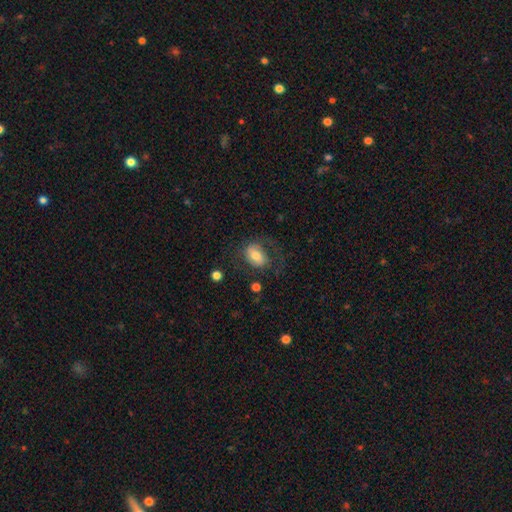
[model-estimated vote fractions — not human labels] smooth-or-featured: smooth: 60% | featured or disk: 32% | star or artifact: 8%
  how-rounded: in between: 76% | round: 23% | cigar-shaped: 1%
  merging: none: 53% | major disturbance: 23% | minor disturbance: 21% | merger: 2%